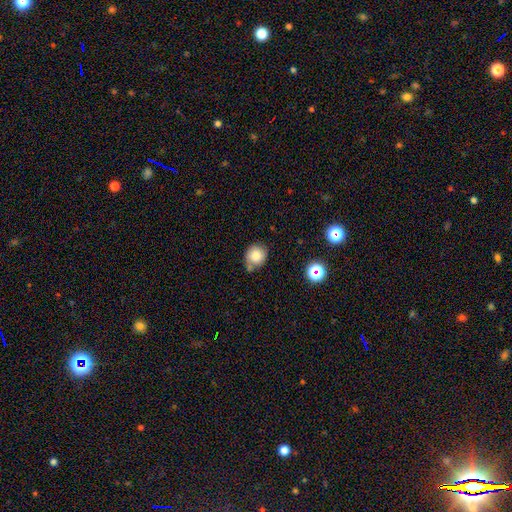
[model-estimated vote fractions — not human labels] Smooth or featured?
  - smooth: 80% *
  - star or artifact: 11%
  - featured or disk: 8%
How rounded?
  - round: 83% *
  - in between: 16%
  - cigar-shaped: 1%
Merging?
  - none: 64% *
  - minor disturbance: 19%
  - merger: 13%
  - major disturbance: 4%